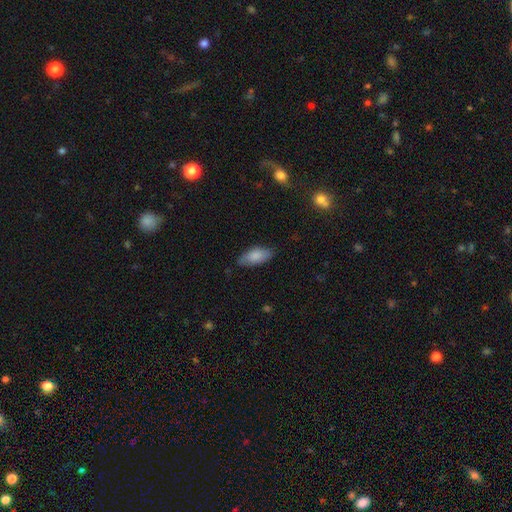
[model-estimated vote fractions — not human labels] A smooth galaxy with no disk features (83%) that is in between round and cigar-shaped (86%).

Vote fractions:
- Smooth or featured? smooth: 83% / featured or disk: 11% / star or artifact: 6%
- How rounded? in between: 86% / cigar-shaped: 12% / round: 2%
- Merging? none: 77% / minor disturbance: 18% / major disturbance: 3% / merger: 1%